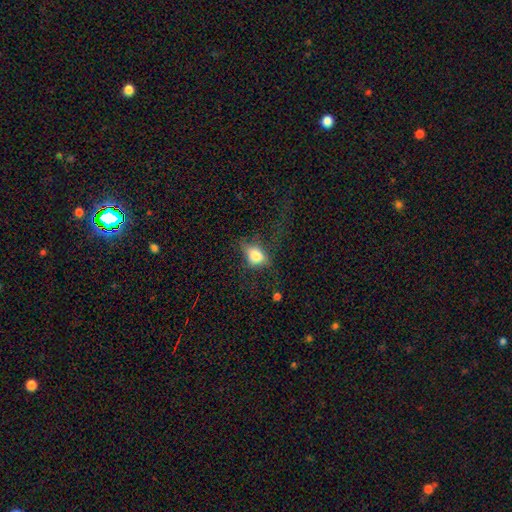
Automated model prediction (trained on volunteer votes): smooth 72%, featured or disk 17%, star or artifact 10%. Down the decision tree: how rounded — in between (70%); merging — none (42%).